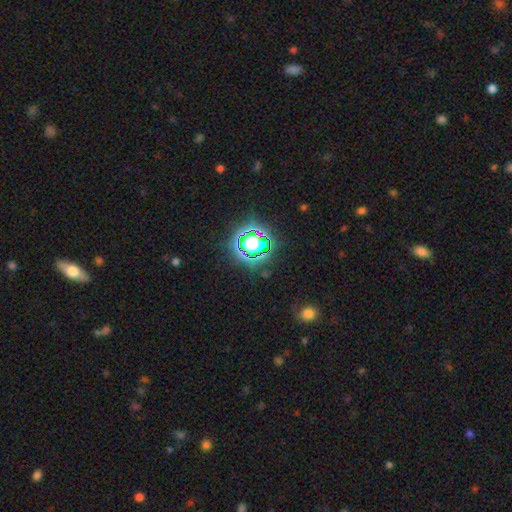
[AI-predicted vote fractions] Smooth or featured?
  - star or artifact: 75% *
  - smooth: 16%
  - featured or disk: 8%